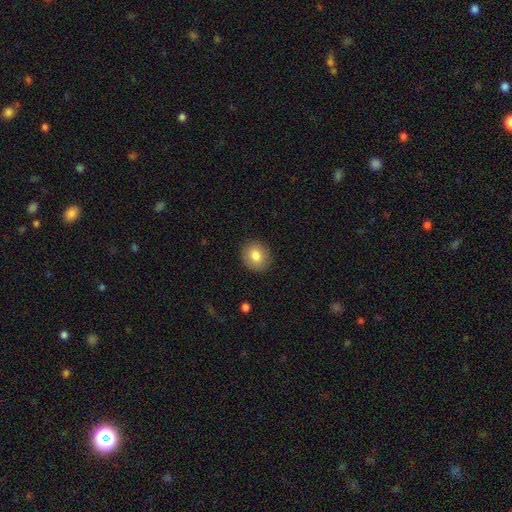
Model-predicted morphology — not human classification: smooth-or-featured: smooth: 83% | featured or disk: 9% | star or artifact: 8%
  how-rounded: round: 71% | in between: 28% | cigar-shaped: 1%
  merging: none: 89% | minor disturbance: 8% | major disturbance: 2% | merger: 1%